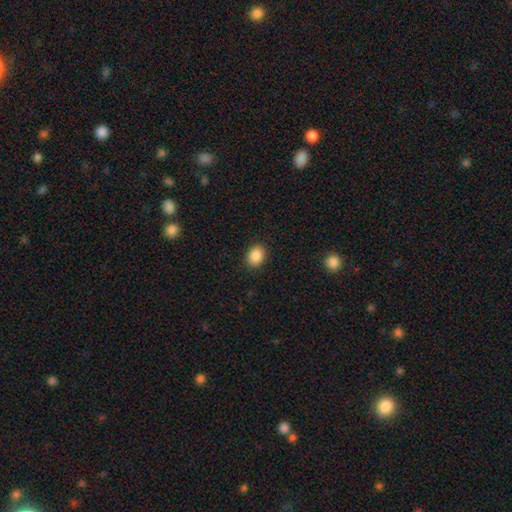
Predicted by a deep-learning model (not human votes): Overall: smooth (88%). How rounded: in between (58%; round 41%). Merging: none (90%).